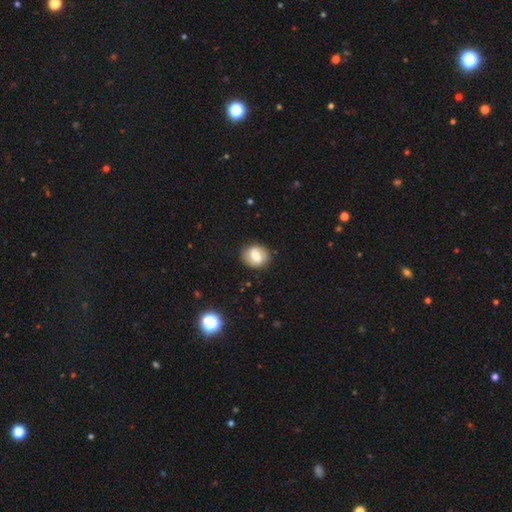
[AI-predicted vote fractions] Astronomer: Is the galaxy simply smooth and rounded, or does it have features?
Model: smooth — 66%.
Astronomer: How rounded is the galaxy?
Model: round — 62% (runner-up: in between, 37%).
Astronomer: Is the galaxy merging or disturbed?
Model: none — 82%.